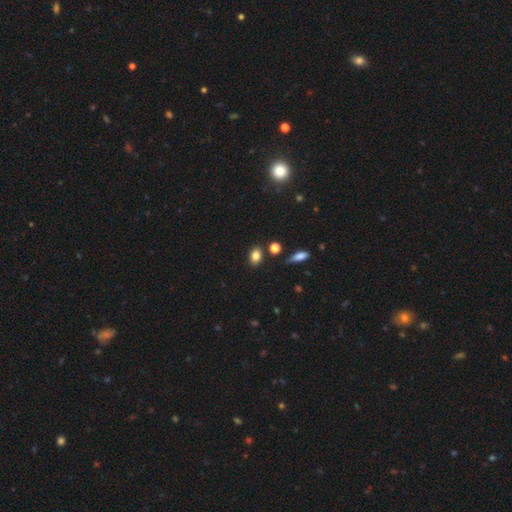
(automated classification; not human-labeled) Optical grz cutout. It shows a smooth galaxy with no disk features (82%) that is in between round and cigar-shaped (72%). Merging: none (81%).